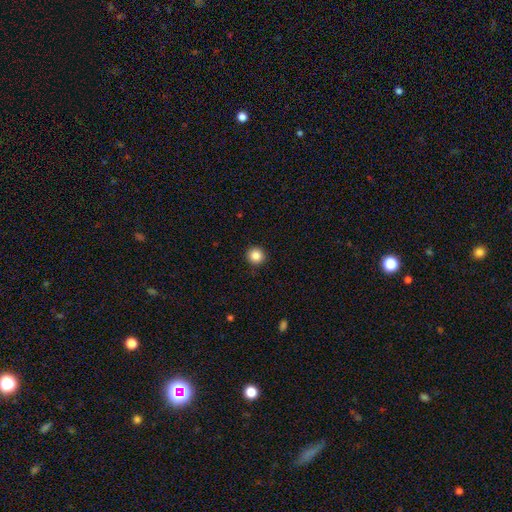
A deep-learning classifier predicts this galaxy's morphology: smooth_or_featured: smooth (p=0.86) [alt: star or artifact p=0.10]
how_rounded: round (p=0.95) [alt: in between p=0.04]
merging: none (p=0.93) [alt: minor disturbance p=0.05]